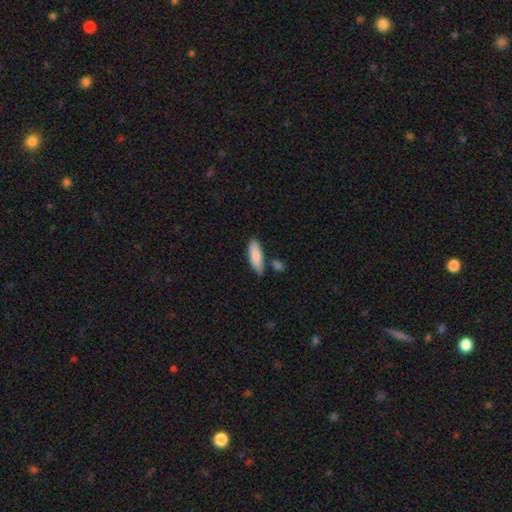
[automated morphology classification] type=smooth (86%); roundness=in between (65%); merging=none (72%).